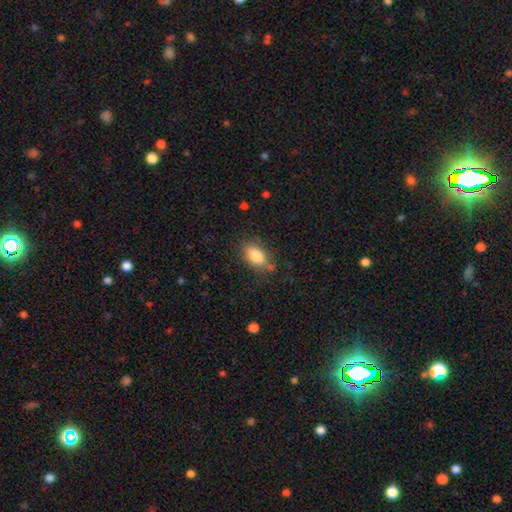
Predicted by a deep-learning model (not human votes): Q: Smooth or featured?
A: smooth (82%); runner-up: featured or disk (10%)
Q: How rounded?
A: in between (87%); runner-up: round (9%)
Q: Merging?
A: none (73%); runner-up: minor disturbance (18%)